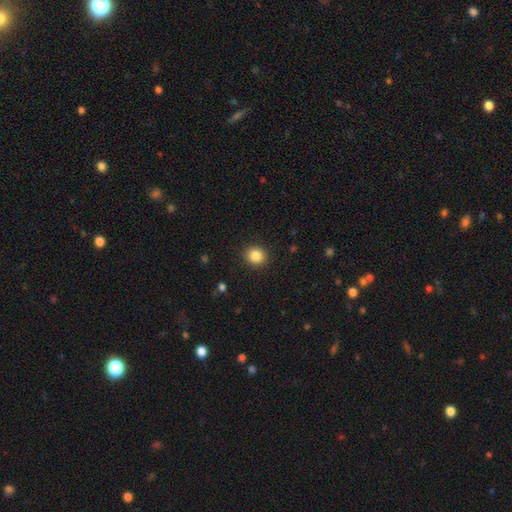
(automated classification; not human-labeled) Morphology: type=smooth (86%); roundness=round (84%); merging=none (90%).